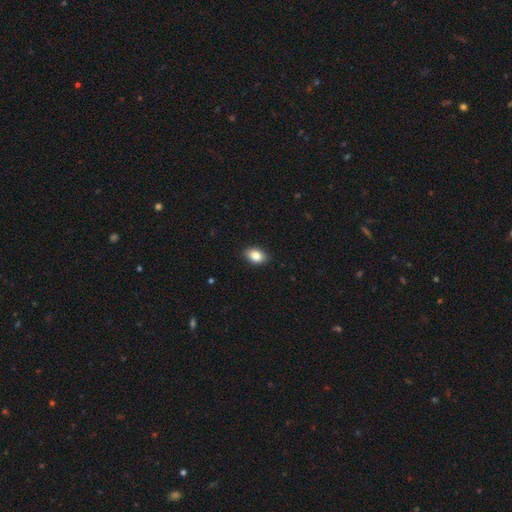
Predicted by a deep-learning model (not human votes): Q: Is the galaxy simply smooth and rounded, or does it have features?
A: smooth — 86%.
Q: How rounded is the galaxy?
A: in between — 83%.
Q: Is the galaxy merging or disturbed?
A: none — 89%.